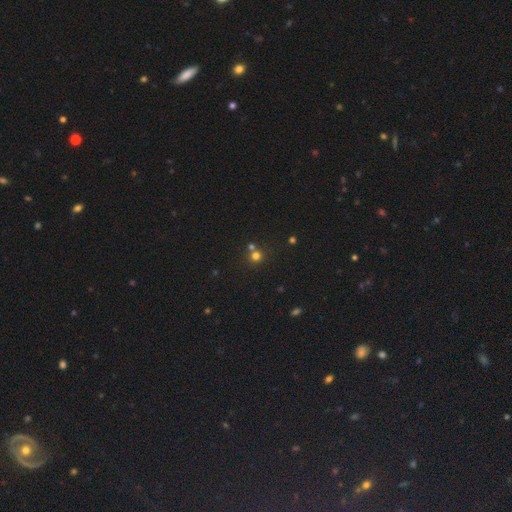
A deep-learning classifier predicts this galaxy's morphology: This is likely a smooth galaxy (69%). How rounded: clearly round (90%). Merging: likely none (63%).